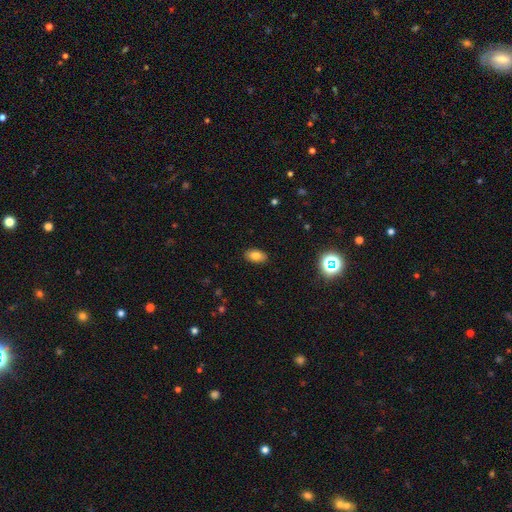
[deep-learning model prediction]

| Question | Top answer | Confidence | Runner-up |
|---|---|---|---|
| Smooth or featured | smooth | 80% | star or artifact (10%) |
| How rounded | in between | 91% | round (7%) |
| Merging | none | 89% | minor disturbance (8%) |